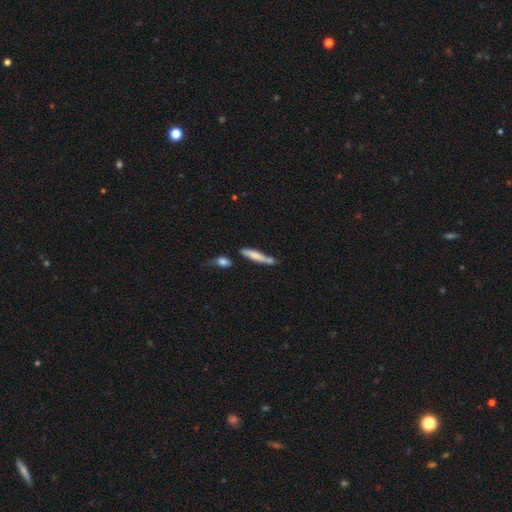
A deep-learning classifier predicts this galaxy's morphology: smooth-or-featured: smooth: 71% | featured or disk: 22% | star or artifact: 7%
  how-rounded: cigar-shaped: 86% | in between: 13% | round: 2%
  merging: none: 52% | minor disturbance: 22% | merger: 18% | major disturbance: 7%